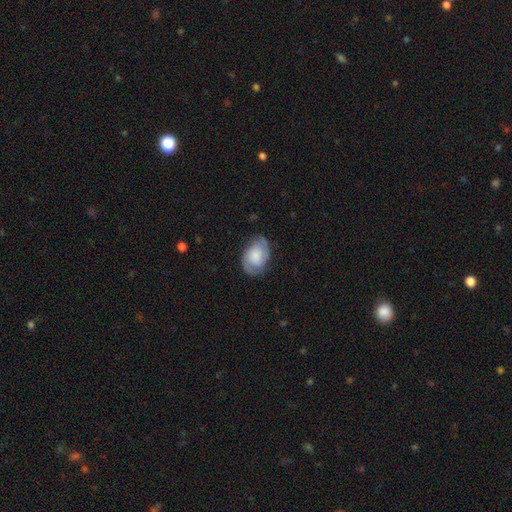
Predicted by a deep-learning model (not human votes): Smooth or featured? featured or disk (50%)
Merging? none (72%)